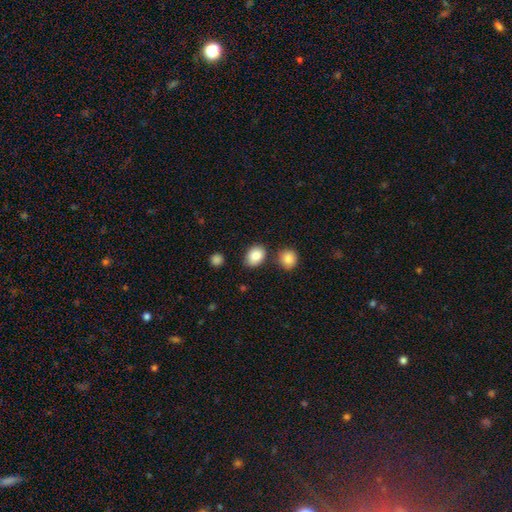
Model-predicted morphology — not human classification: A smooth galaxy with no disk features (85%) that is in between round and cigar-shaped (70%). Merging: none (76%).